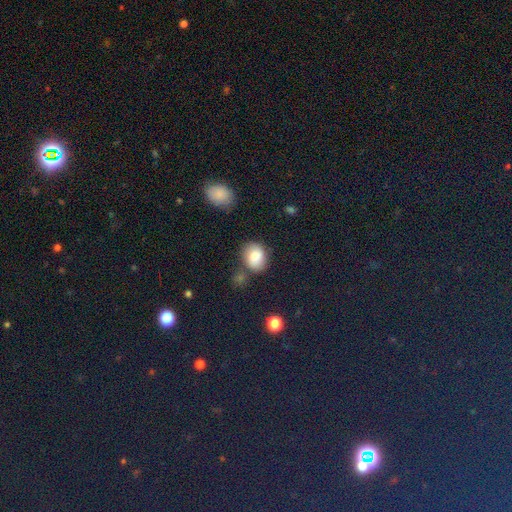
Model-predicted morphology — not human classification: Overall: smooth (82%). How rounded: in between (58%; round 41%). Merging: none (61%; minor disturbance 21%).